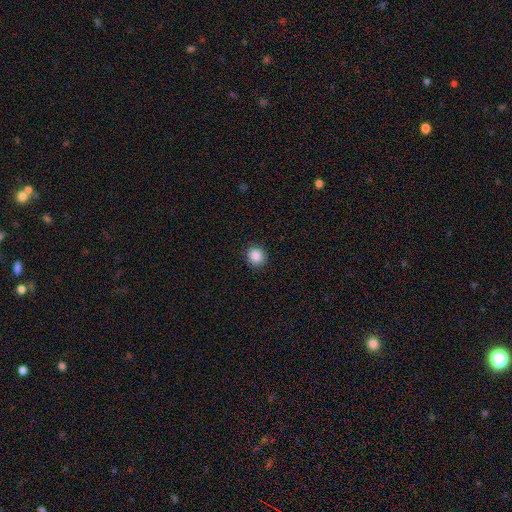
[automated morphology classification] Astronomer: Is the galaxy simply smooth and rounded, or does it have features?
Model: smooth — 88%.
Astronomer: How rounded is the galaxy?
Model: round — 83%.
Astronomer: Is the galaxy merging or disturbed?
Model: none — 90%.